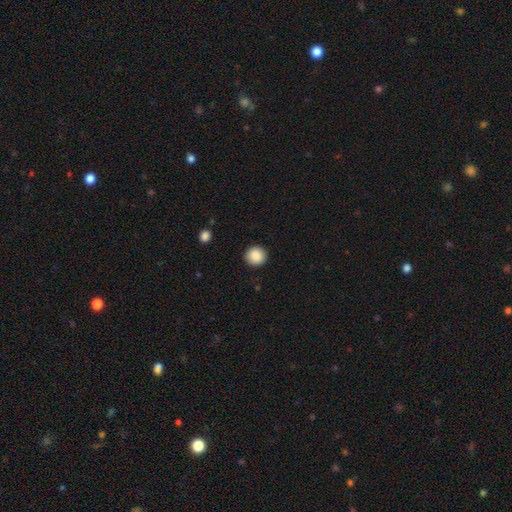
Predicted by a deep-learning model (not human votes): Smooth or featured? Predicted: smooth (p=0.89). How rounded? Predicted: round (p=0.93). Merging? Predicted: none (p=0.92).